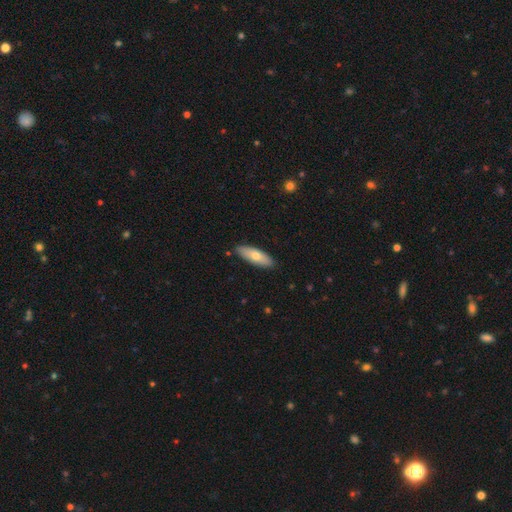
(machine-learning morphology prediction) Q: Smooth or featured?
A: smooth (67%); runner-up: featured or disk (27%)
Q: How rounded?
A: in between (60%); runner-up: cigar-shaped (37%)
Q: Merging?
A: none (88%); runner-up: minor disturbance (9%)